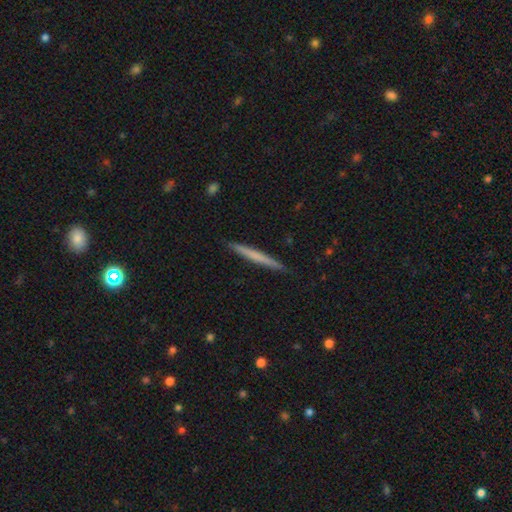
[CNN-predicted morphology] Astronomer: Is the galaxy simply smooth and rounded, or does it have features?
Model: smooth — 55% (runner-up: featured or disk, 39%).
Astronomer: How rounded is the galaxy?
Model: cigar-shaped — 97%.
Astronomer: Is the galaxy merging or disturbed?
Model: none — 92%.